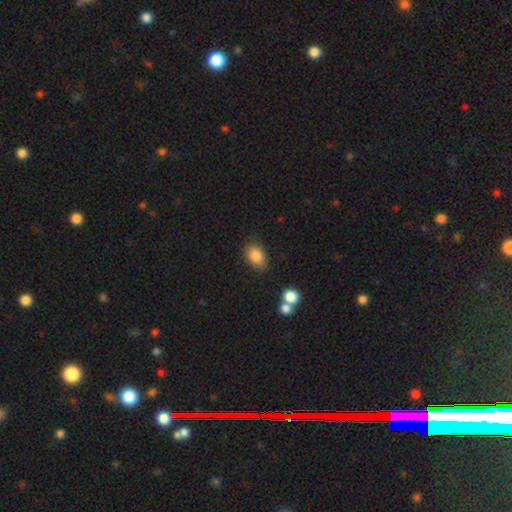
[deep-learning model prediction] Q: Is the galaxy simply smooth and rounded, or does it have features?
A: smooth — 85%.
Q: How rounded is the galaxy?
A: in between — 86%.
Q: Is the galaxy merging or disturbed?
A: none — 77%.